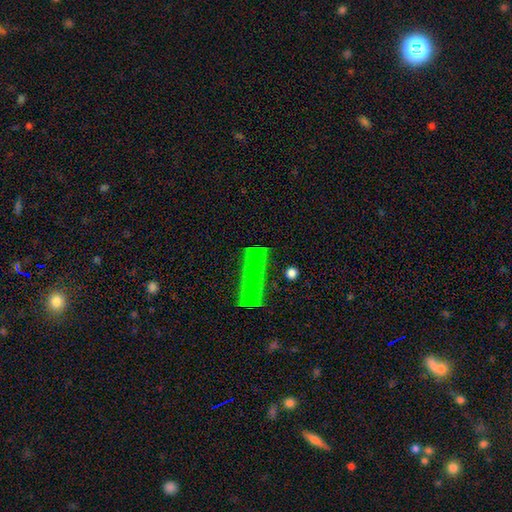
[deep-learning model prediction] This appears to be a star or artifact, not a galaxy (59%).